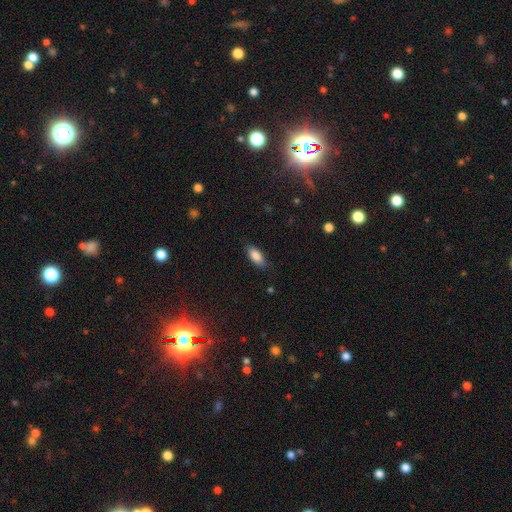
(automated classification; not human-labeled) Morphology: type=smooth (85%); roundness=in between (84%); merging=none (81%).